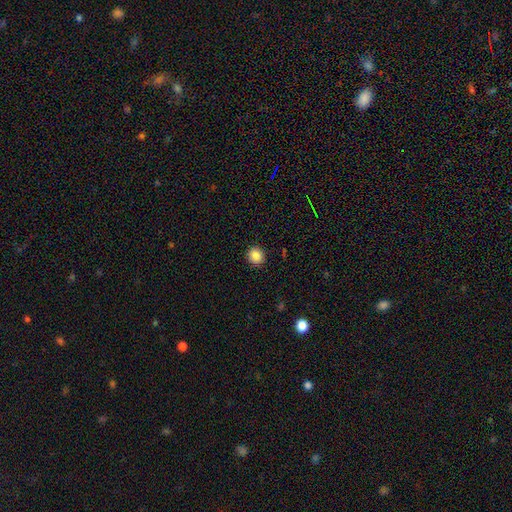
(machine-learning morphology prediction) This appears to be a smooth galaxy with no disk features (86%) that is round (86%). Merging: none (91%).